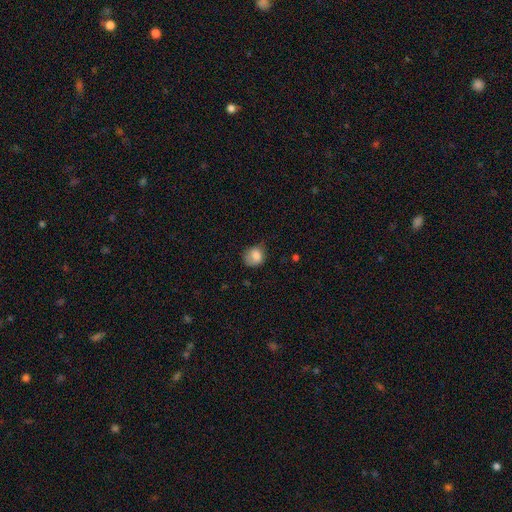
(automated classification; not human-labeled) Overall: smooth (81%). How rounded: round (64%; in between 35%). Merging: none (50%; minor disturbance 34%).